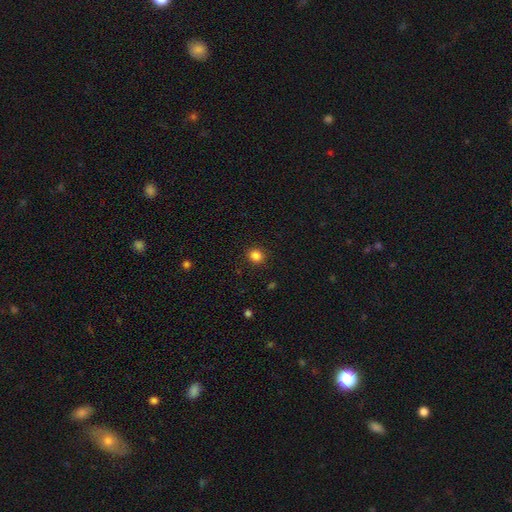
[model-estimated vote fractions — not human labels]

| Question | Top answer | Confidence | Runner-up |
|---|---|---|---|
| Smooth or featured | smooth | 85% | star or artifact (11%) |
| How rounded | round | 77% | in between (22%) |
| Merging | none | 90% | minor disturbance (6%) |